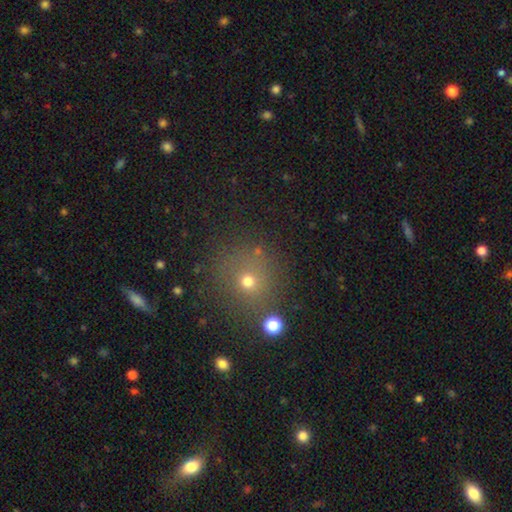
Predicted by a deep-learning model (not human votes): A smooth galaxy with no disk features (58%) that is round (92%).

Vote fractions:
- Smooth or featured? smooth: 58% / star or artifact: 32% / featured or disk: 10%
- How rounded? round: 92% / in between: 7% / cigar-shaped: 1%
- Merging? none: 81% / minor disturbance: 9% / merger: 6% / major disturbance: 4%